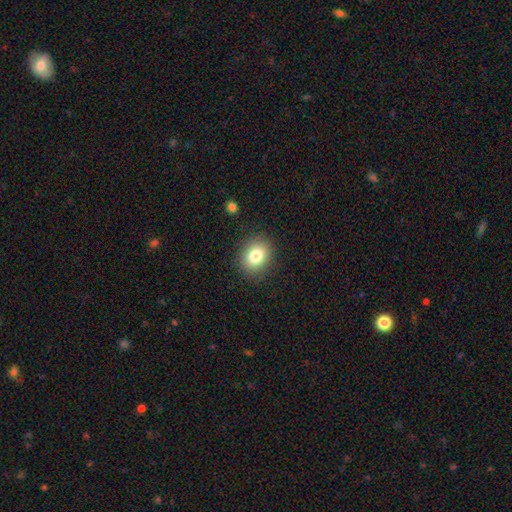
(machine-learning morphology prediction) A smooth galaxy with no disk features (82%) that is in between round and cigar-shaped (52%).

Vote fractions:
- Smooth or featured? smooth: 82% / star or artifact: 10% / featured or disk: 8%
- How rounded? in between: 52% / round: 47% / cigar-shaped: 1%
- Merging? none: 87% / minor disturbance: 9% / major disturbance: 3% / merger: 1%